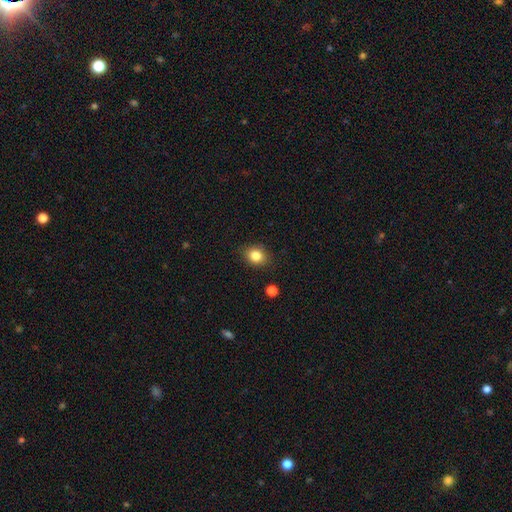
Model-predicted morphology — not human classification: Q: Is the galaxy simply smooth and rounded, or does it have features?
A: smooth — 84%.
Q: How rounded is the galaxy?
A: round — 56%.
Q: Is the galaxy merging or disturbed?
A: none — 85%.